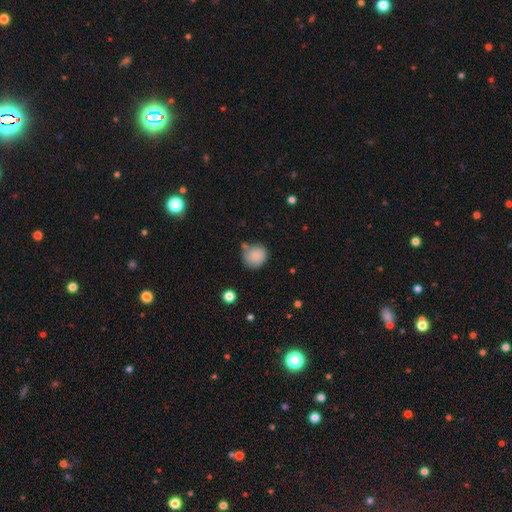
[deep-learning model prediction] Smooth or featured?
  - smooth: 85% *
  - star or artifact: 8%
  - featured or disk: 7%
How rounded?
  - round: 81% *
  - in between: 18%
  - cigar-shaped: 1%
Merging?
  - none: 64% *
  - minor disturbance: 20%
  - merger: 10%
  - major disturbance: 6%